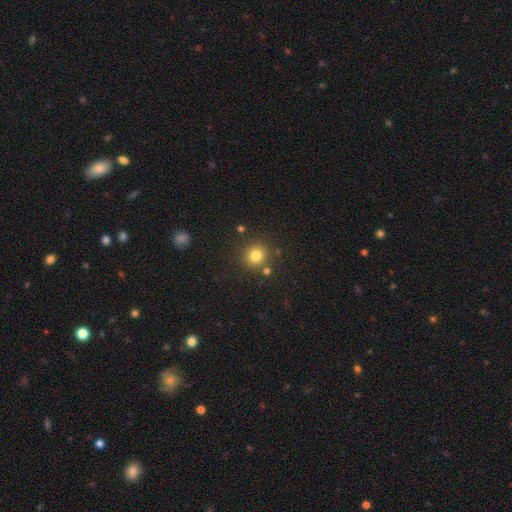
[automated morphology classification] The model was most divided on "smooth or featured": smooth: 80%, star or artifact: 14%, featured or disk: 7%. More confident: how rounded — round (92%); merging — none (84%).